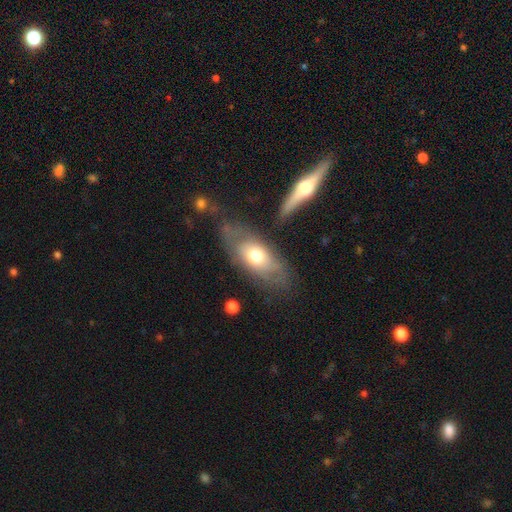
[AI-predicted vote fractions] smooth_or_featured: smooth (p=0.52) [alt: featured or disk p=0.42]
how_rounded: in between (p=0.86) [alt: cigar-shaped p=0.09]
merging: none (p=0.59) [alt: minor disturbance p=0.22]